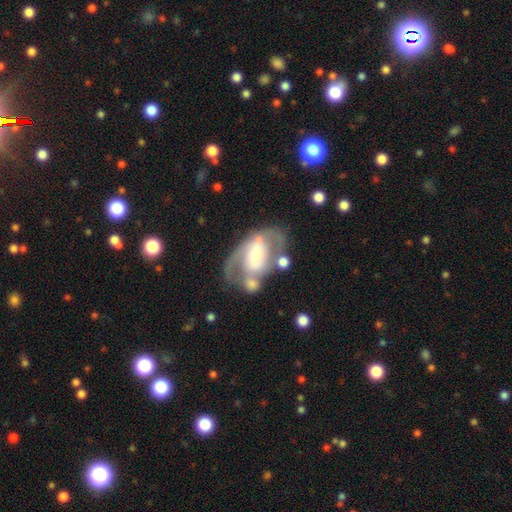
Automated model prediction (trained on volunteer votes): Morphology: type=featured or disk (75%); edge-on=no (95%); bar=no (48%); spiral arms=yes (74%); winding=medium (46%); arm count=2 (72%); bulge=moderate (46%); merging=none (46%).